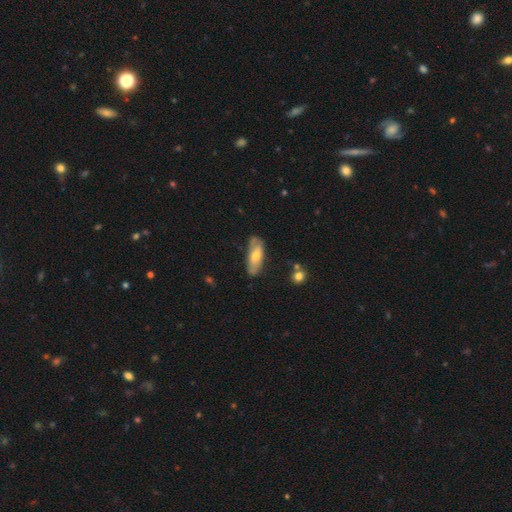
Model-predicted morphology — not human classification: Smooth or featured? smooth (60%)
How rounded? in between (68%)
Merging? none (66%)